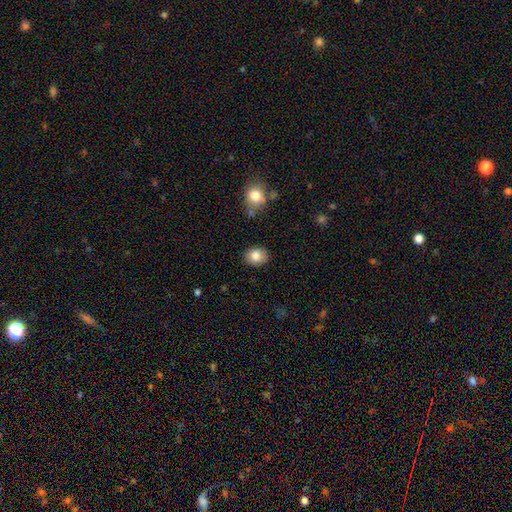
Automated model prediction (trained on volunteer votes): A smooth galaxy with no disk features (84%) that is in between round and cigar-shaped (53%).

Vote fractions:
- Smooth or featured? smooth: 84% / star or artifact: 8% / featured or disk: 8%
- How rounded? in between: 53% / round: 47% / cigar-shaped: 1%
- Merging? none: 85% / minor disturbance: 10% / major disturbance: 2% / merger: 2%